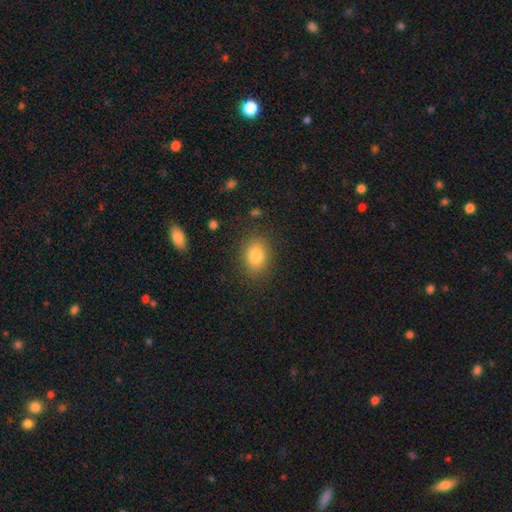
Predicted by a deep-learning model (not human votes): This appears to be a smooth galaxy with no disk features (83%) that is in between round and cigar-shaped (64%). Merging: none (85%).